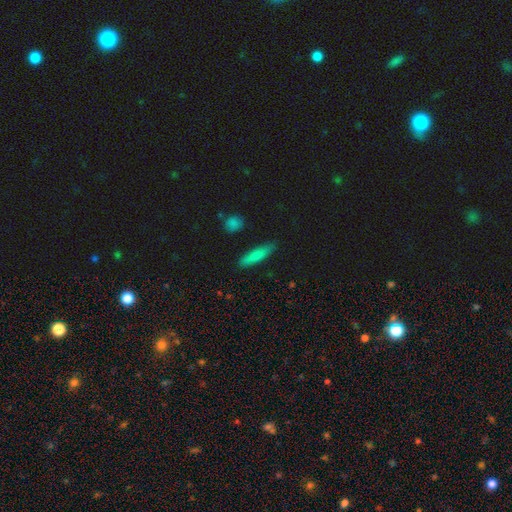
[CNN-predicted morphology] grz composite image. It shows a smooth galaxy with no disk features (81%) that is cigar-shaped (76%). Merging: none (86%).